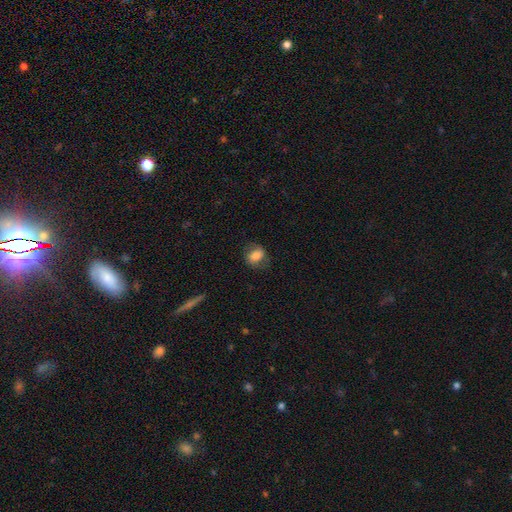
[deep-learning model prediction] Smooth or featured: smooth — 71% (featured or disk — 20%)
How rounded: in between — 55% (round — 43%)
Merging: none — 66% (minor disturbance — 22%)